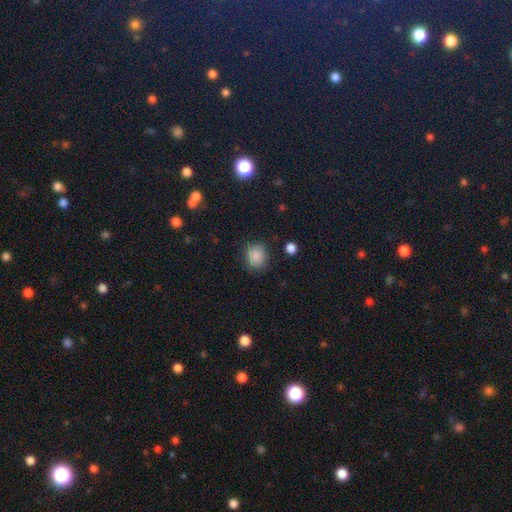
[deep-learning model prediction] Smooth or featured?
  - smooth: 87% *
  - star or artifact: 10%
  - featured or disk: 3%
How rounded?
  - round: 73% *
  - in between: 26%
  - cigar-shaped: 1%
Merging?
  - none: 83% *
  - minor disturbance: 11%
  - major disturbance: 3%
  - merger: 2%